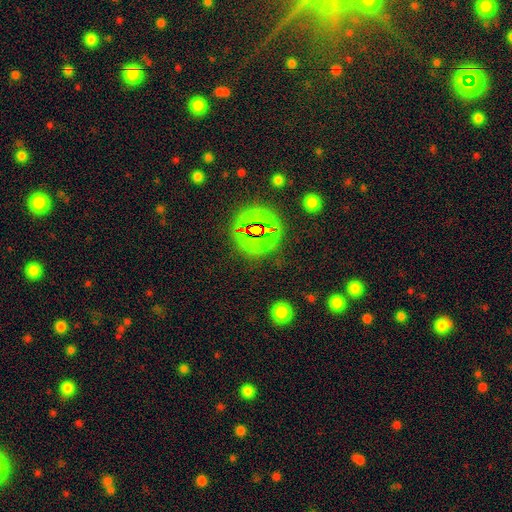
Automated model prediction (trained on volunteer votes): star or artifact 77%, smooth 16%, featured or disk 7%.